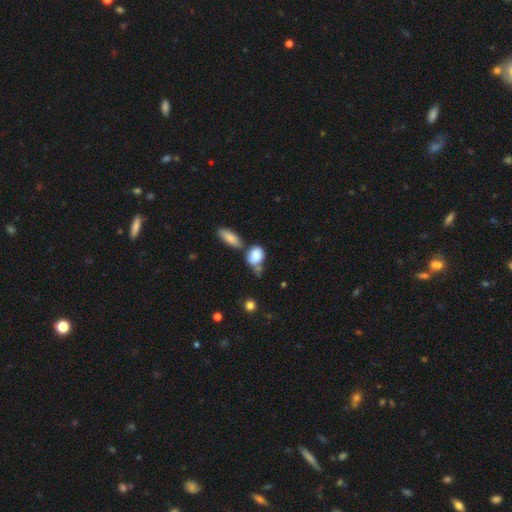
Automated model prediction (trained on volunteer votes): Smooth or featured? smooth (83%)
How rounded? in between (68%)
Merging? none (36%)